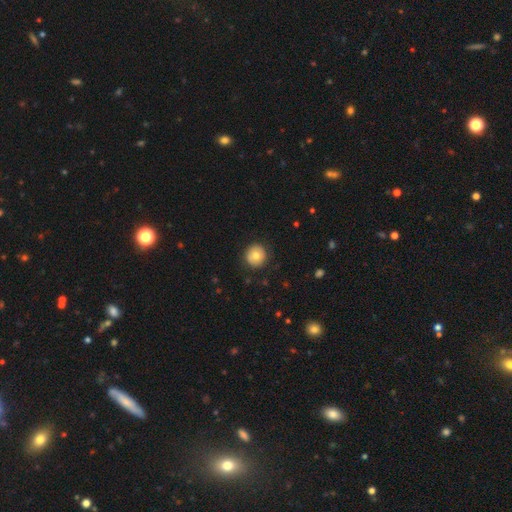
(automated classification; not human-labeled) Smooth or featured? Predicted: smooth (p=0.72). How rounded? Predicted: round (p=0.92). Merging? Predicted: none (p=0.87).